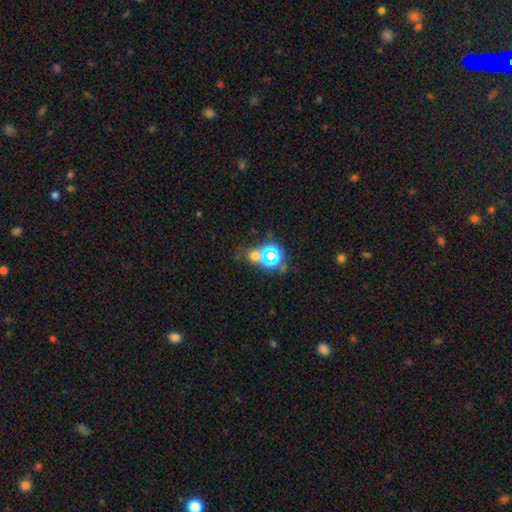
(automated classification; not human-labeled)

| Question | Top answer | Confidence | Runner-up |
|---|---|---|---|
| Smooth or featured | star or artifact | 54% | smooth (35%) |